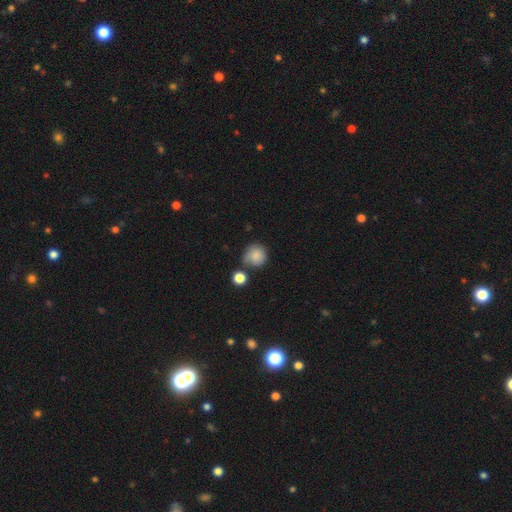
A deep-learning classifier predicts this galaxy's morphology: Smooth or featured: smooth — 78% (featured or disk — 12%)
How rounded: round — 89% (in between — 10%)
Merging: none — 59% (minor disturbance — 22%)